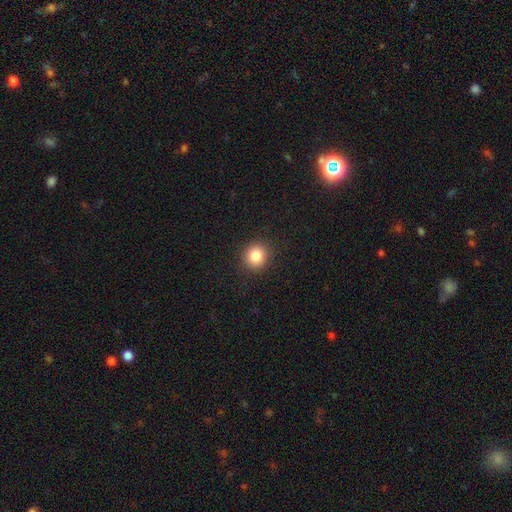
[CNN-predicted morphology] Smooth or featured: smooth — 84% (star or artifact — 11%)
How rounded: round — 88% (in between — 11%)
Merging: none — 92% (minor disturbance — 6%)